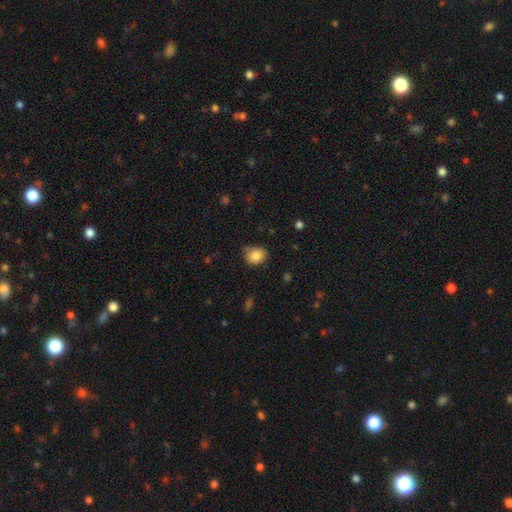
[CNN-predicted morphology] Smooth or featured?
  - smooth: 85% *
  - star or artifact: 9%
  - featured or disk: 7%
How rounded?
  - round: 58% *
  - in between: 41%
  - cigar-shaped: 1%
Merging?
  - none: 65% *
  - minor disturbance: 28%
  - major disturbance: 5%
  - merger: 2%